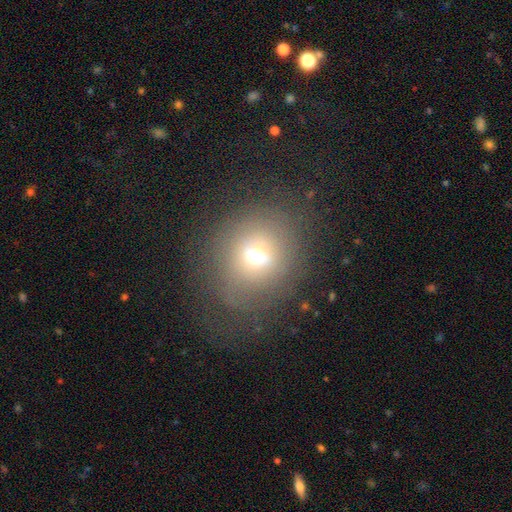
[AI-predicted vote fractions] This is likely a smooth galaxy (63%). How rounded: clearly round (83%). Merging: likely none (70%).